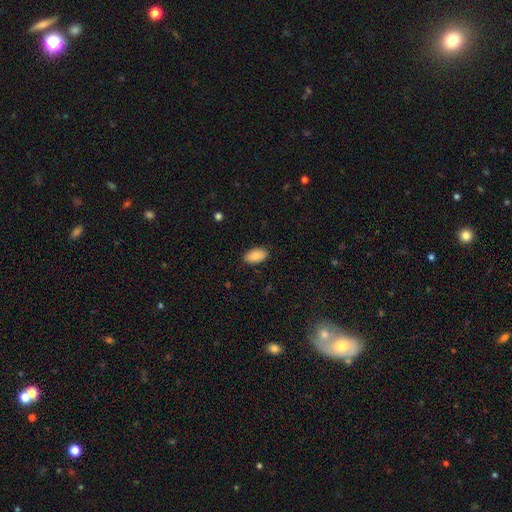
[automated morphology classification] A smooth galaxy with no disk features (86%) that is in between round and cigar-shaped (95%).

Vote fractions:
- Smooth or featured? smooth: 86% / featured or disk: 8% / star or artifact: 7%
- How rounded? in between: 95% / round: 3% / cigar-shaped: 2%
- Merging? none: 88% / minor disturbance: 9% / major disturbance: 2% / merger: 1%